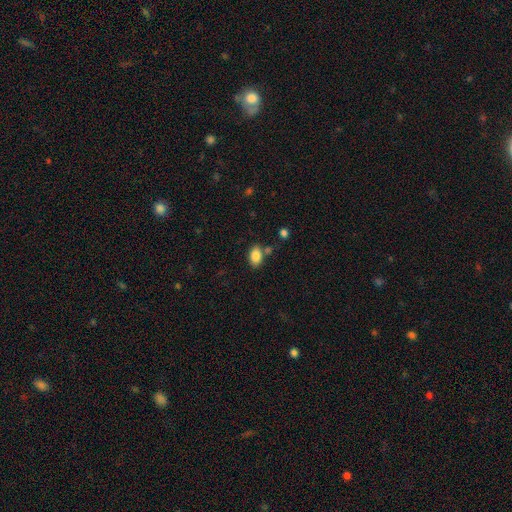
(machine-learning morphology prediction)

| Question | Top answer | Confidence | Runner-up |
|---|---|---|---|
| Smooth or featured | smooth | 86% | star or artifact (8%) |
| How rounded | in between | 89% | round (10%) |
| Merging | none | 72% | minor disturbance (14%) |